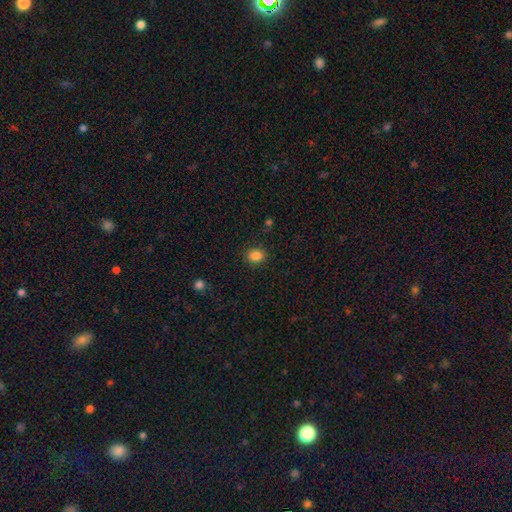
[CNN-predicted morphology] Q: Smooth or featured?
A: smooth (85%); runner-up: star or artifact (11%)
Q: How rounded?
A: round (59%); runner-up: in between (40%)
Q: Merging?
A: none (88%); runner-up: minor disturbance (8%)